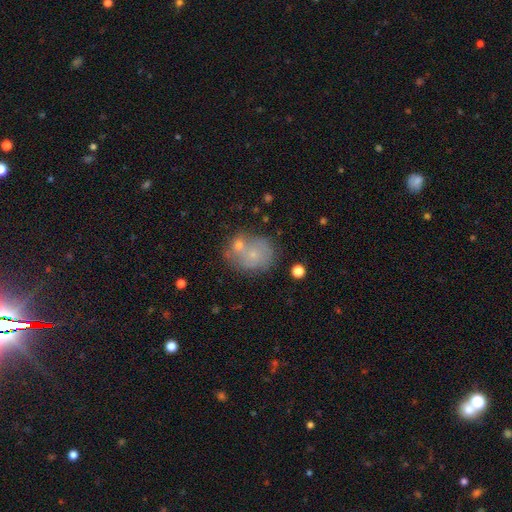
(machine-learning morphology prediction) The model was most divided on "merging": none: 41%, merger: 34%, minor disturbance: 16%, major disturbance: 8%. Remaining: smooth or featured — smooth (50%).